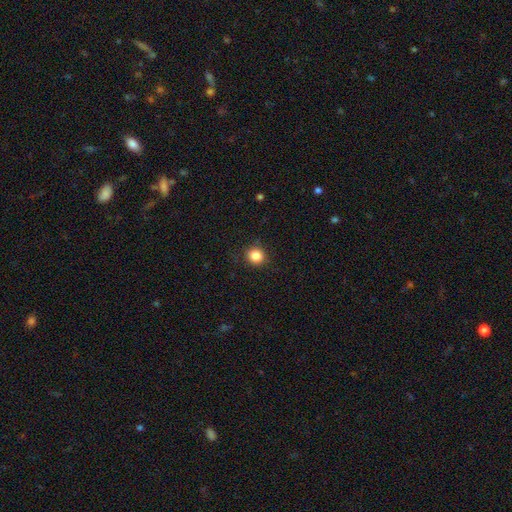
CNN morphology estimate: smooth 85%, star or artifact 11%, featured or disk 4%. Down the decision tree: how rounded — round (89%); merging — none (89%).